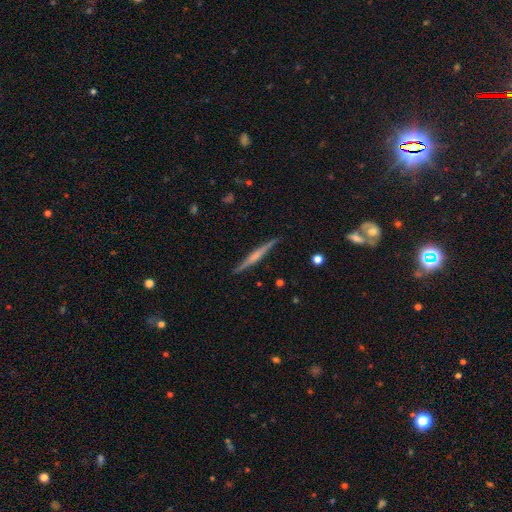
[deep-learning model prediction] smooth-or-featured: featured or disk: 64% | smooth: 31% | star or artifact: 5%
  disk-edge-on: yes: 98% | no: 2%
    edge-on-bulge: rounded: 42% | none: 38% | boxy: 20%
  merging: none: 90% | minor disturbance: 8% | major disturbance: 2% | merger: 1%